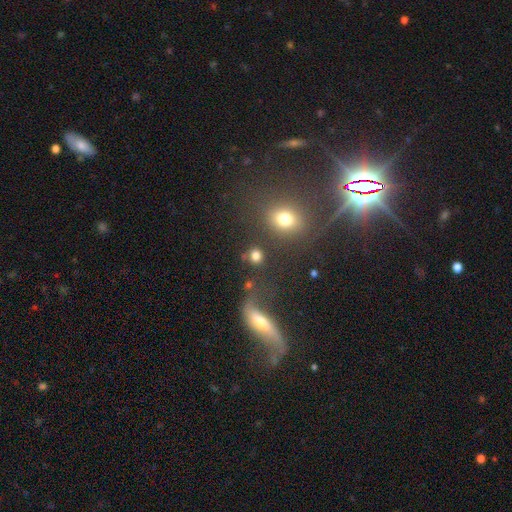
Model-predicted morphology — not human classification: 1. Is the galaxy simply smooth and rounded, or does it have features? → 79% smooth, 13% star or artifact, 7% featured or disk.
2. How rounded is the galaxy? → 82% round, 16% in between, 2% cigar-shaped.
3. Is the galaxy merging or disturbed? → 74% none, 11% merger, 9% minor disturbance, 6% major disturbance.